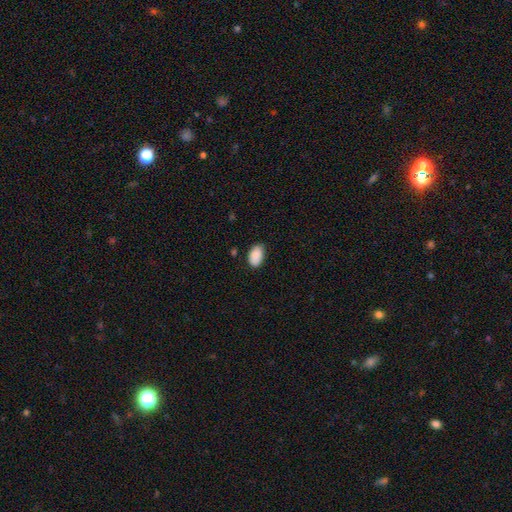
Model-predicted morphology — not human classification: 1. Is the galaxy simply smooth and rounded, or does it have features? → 89% smooth, 7% star or artifact, 4% featured or disk.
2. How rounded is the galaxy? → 92% in between, 6% round, 1% cigar-shaped.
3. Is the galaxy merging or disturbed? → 80% none, 16% minor disturbance, 3% major disturbance, 1% merger.